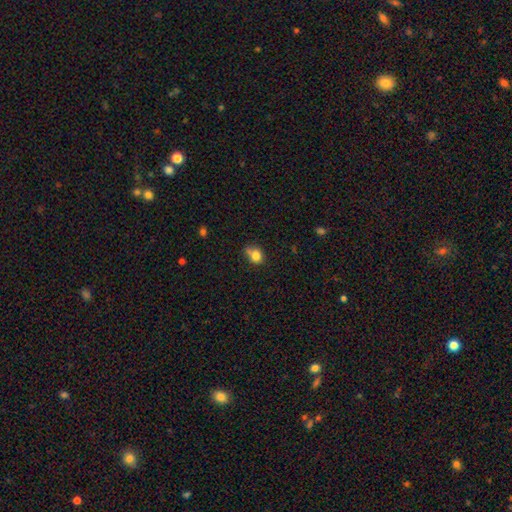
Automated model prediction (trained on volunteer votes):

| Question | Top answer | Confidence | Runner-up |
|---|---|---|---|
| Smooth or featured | smooth | 79% | star or artifact (11%) |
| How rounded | round | 59% | in between (39%) |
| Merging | none | 44% | minor disturbance (30%) |